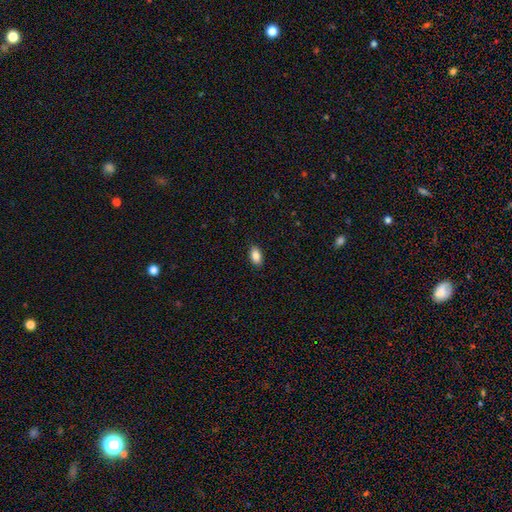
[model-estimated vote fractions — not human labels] smooth_or_featured: smooth (p=0.88) [alt: star or artifact p=0.07]
how_rounded: in between (p=0.92) [alt: round p=0.04]
merging: none (p=0.88) [alt: minor disturbance p=0.09]